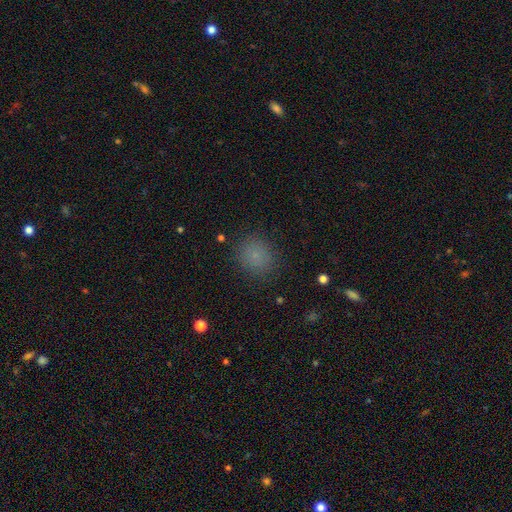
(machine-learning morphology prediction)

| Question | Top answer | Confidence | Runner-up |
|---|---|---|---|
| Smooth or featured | smooth | 79% | star or artifact (16%) |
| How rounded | round | 81% | in between (18%) |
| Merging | none | 87% | minor disturbance (9%) |